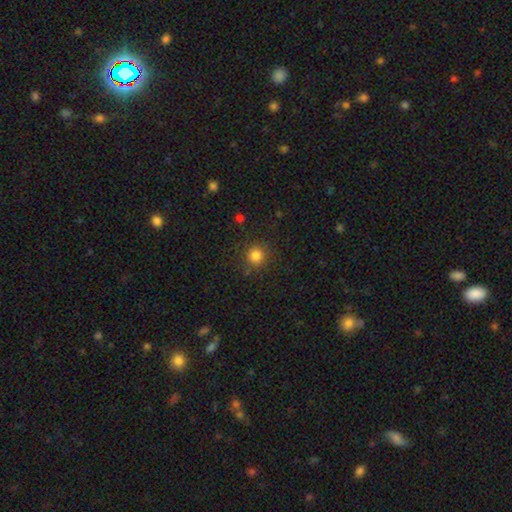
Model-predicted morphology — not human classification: smooth 82%, star or artifact 13%, featured or disk 5%. Down the decision tree: how rounded — round (93%); merging — none (86%).